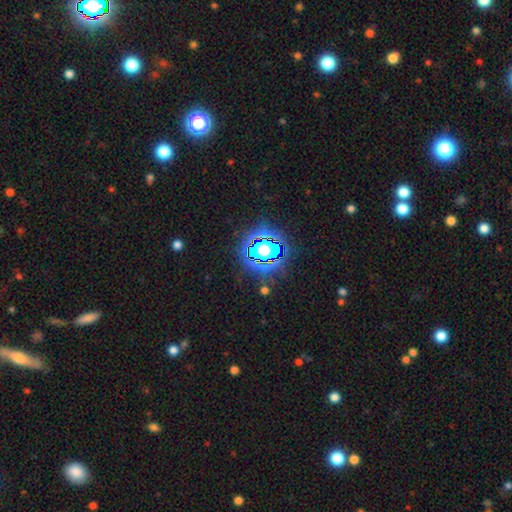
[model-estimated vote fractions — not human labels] This is likely a star or artifact rather than a galaxy (61%).